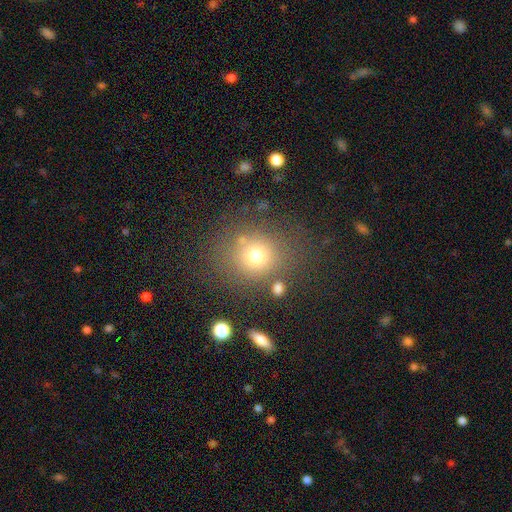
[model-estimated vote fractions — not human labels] Smooth or featured? Predicted: smooth (p=0.71). How rounded? Predicted: round (p=0.80). Merging? Predicted: none (p=0.75).